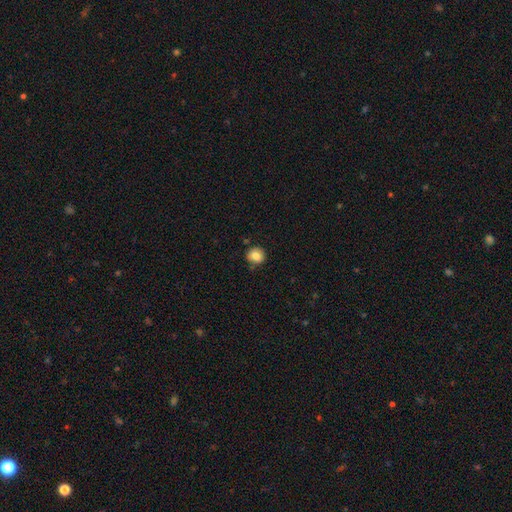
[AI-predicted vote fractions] Overall: smooth (82%). How rounded: round (79%). Merging: none (79%).